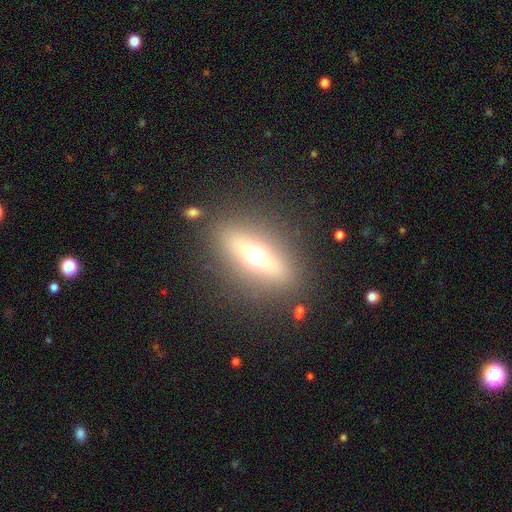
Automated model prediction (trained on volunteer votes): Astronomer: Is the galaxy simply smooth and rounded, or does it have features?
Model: featured or disk — 41%, tied with smooth at 41%.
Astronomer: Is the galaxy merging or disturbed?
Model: none — 85%.